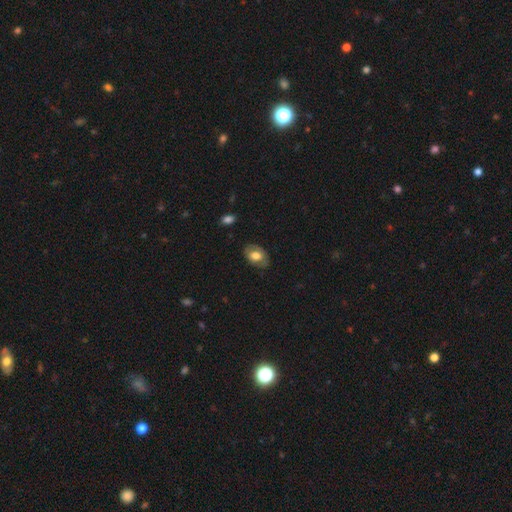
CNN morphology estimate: smooth-or-featured: smooth: 65% | featured or disk: 27% | star or artifact: 7%
  how-rounded: in between: 81% | round: 17% | cigar-shaped: 1%
  merging: none: 76% | minor disturbance: 18% | major disturbance: 5% | merger: 1%